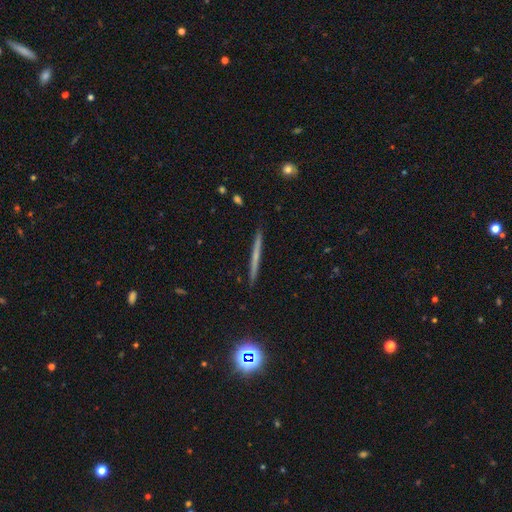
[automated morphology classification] featured or disk 46%, smooth 44%, star or artifact 10%. Down the decision tree: merging — none (92%).